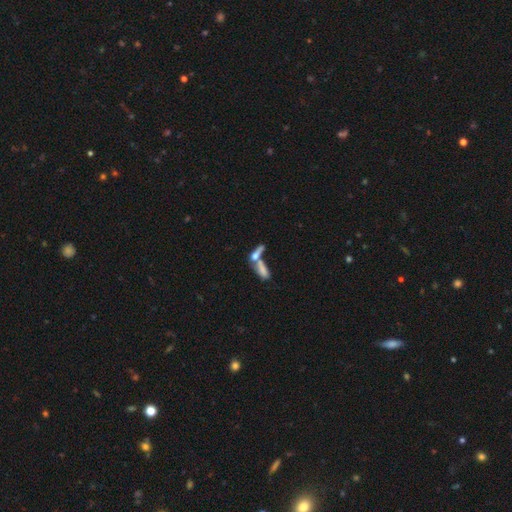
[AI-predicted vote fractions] A smooth galaxy with no disk features (61%) that is in between round and cigar-shaped (51%).

Vote fractions:
- Smooth or featured? smooth: 61% / featured or disk: 28% / star or artifact: 11%
- How rounded? in between: 51% / cigar-shaped: 44% / round: 6%
- Merging? merger: 60% / none: 24% / minor disturbance: 8% / major disturbance: 8%